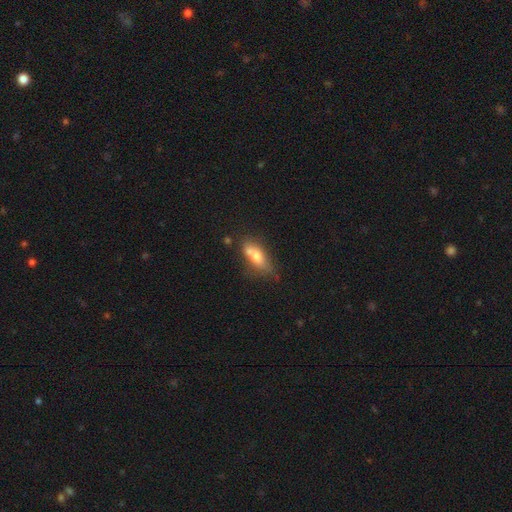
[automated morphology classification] smooth_or_featured: smooth (p=0.65) [alt: featured or disk p=0.26]
how_rounded: in between (p=0.74) [alt: cigar-shaped p=0.20]
merging: none (p=0.40) [alt: merger p=0.32]